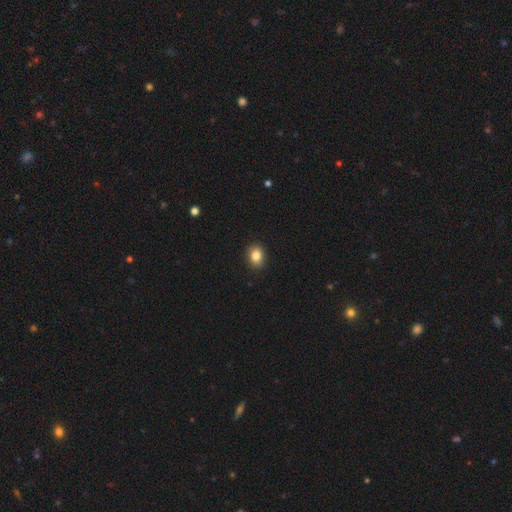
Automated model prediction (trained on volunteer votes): Morphology: type=smooth (84%); roundness=in between (57%); merging=none (90%).